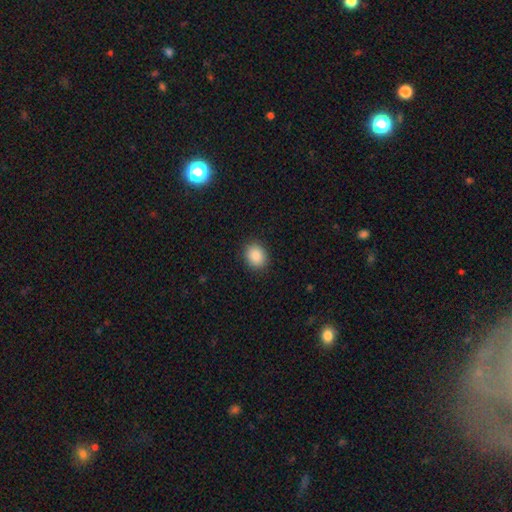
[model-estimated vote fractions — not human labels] smooth_or_featured: smooth (p=0.89) [alt: star or artifact p=0.08]
how_rounded: round (p=0.56) [alt: in between p=0.43]
merging: none (p=0.90) [alt: minor disturbance p=0.07]